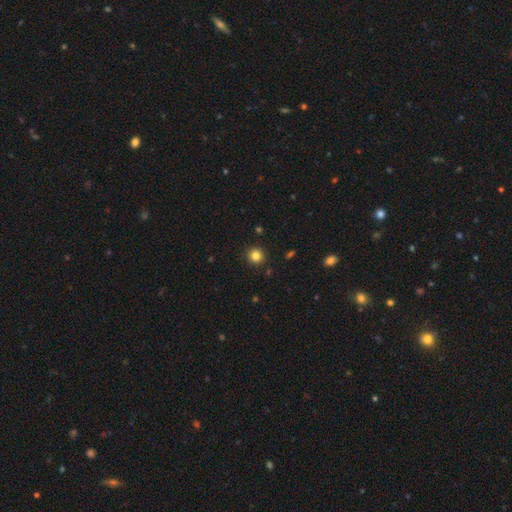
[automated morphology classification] type=smooth (83%); roundness=round (94%); merging=none (92%).